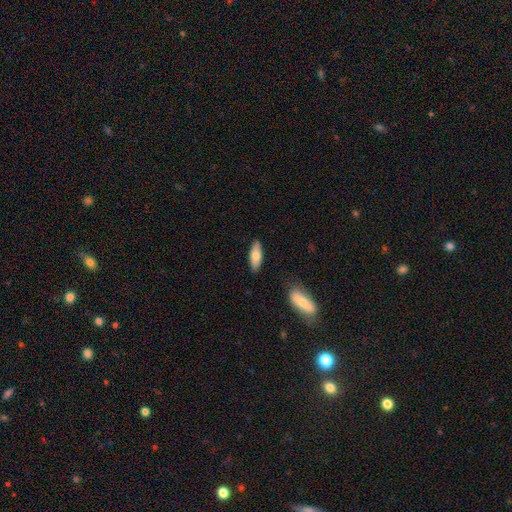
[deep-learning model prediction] smooth_or_featured: smooth (p=0.73) [alt: featured or disk p=0.21]
how_rounded: in between (p=0.64) [alt: cigar-shaped p=0.34]
merging: none (p=0.85) [alt: minor disturbance p=0.10]